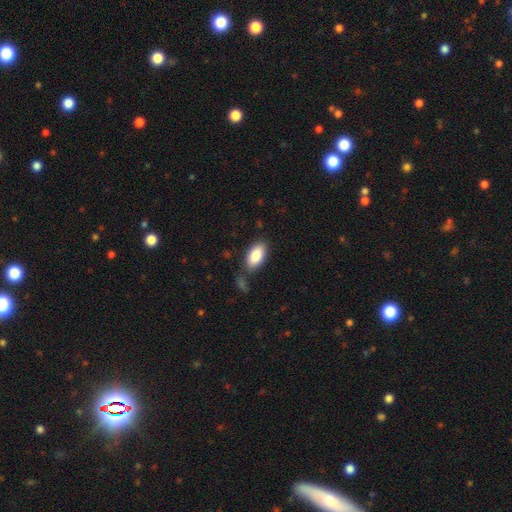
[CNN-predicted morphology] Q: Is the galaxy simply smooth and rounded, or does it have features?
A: smooth — 85%.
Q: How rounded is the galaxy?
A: in between — 93%.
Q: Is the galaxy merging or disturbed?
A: none — 78%.